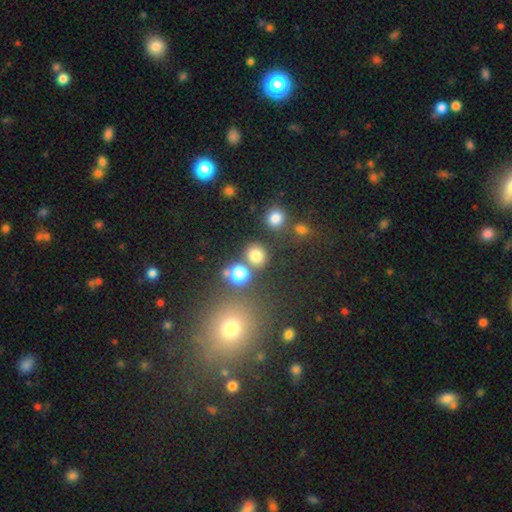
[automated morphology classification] smooth-or-featured: smooth: 77% | star or artifact: 17% | featured or disk: 6%
  how-rounded: round: 81% | in between: 18% | cigar-shaped: 1%
  merging: none: 73% | merger: 15% | minor disturbance: 9% | major disturbance: 4%